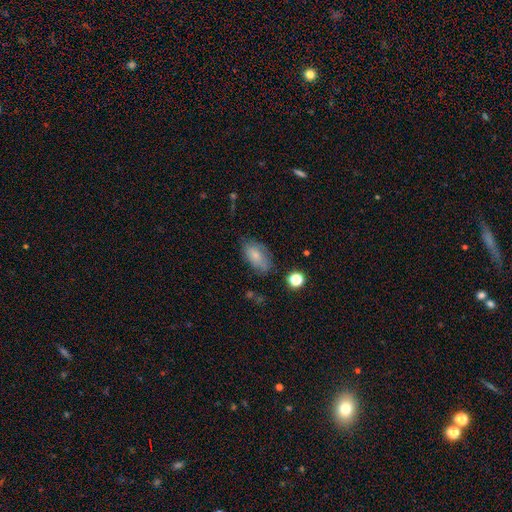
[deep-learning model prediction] A smooth galaxy with no disk features (77%) that is in between round and cigar-shaped (91%).

Vote fractions:
- Smooth or featured? smooth: 77% / featured or disk: 14% / star or artifact: 8%
- How rounded? in between: 91% / round: 6% / cigar-shaped: 3%
- Merging? none: 68% / minor disturbance: 23% / major disturbance: 6% / merger: 3%